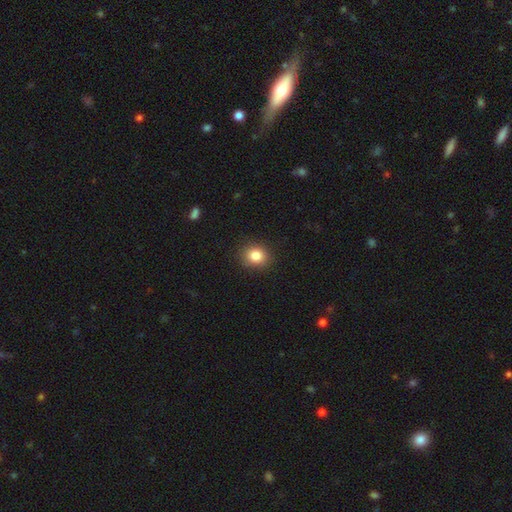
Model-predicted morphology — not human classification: smooth 84%, star or artifact 10%, featured or disk 6%. Down the decision tree: how rounded — round (69%); merging — none (89%).